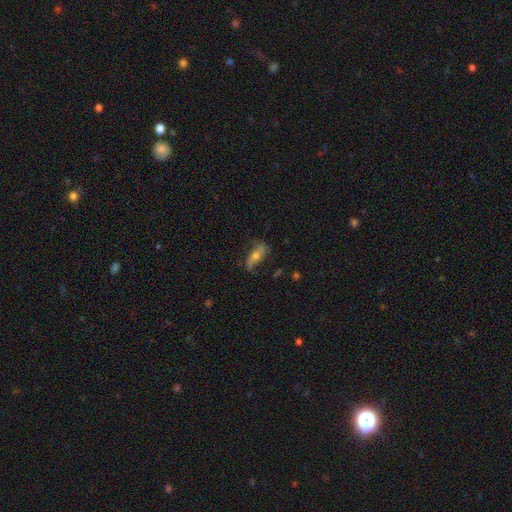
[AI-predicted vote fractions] This is possibly a featured or disk galaxy (59%). It is likely not viewed edge-on (72%). Merging: likely none (66%).